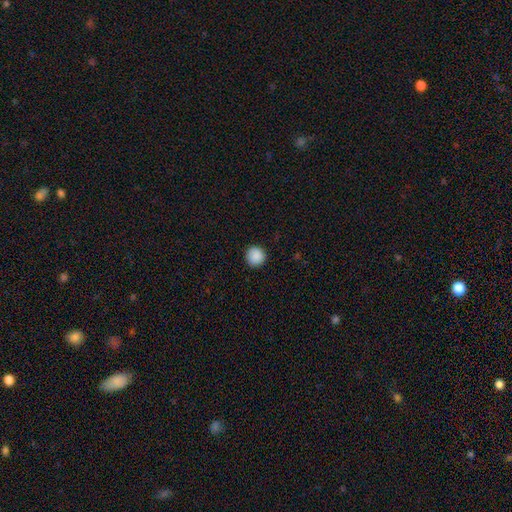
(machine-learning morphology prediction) This is clearly a smooth galaxy (90%). How rounded: clearly round (95%). Merging: clearly none (92%).